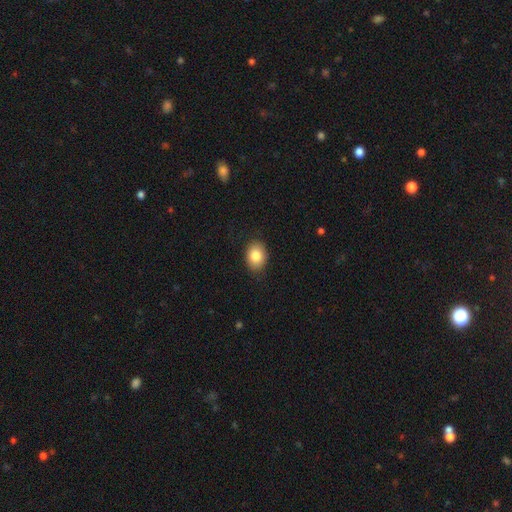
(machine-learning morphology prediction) Smooth or featured?
  - smooth: 84% *
  - star or artifact: 8%
  - featured or disk: 8%
How rounded?
  - in between: 67% *
  - round: 33%
  - cigar-shaped: 1%
Merging?
  - none: 86% *
  - minor disturbance: 10%
  - major disturbance: 2%
  - merger: 1%